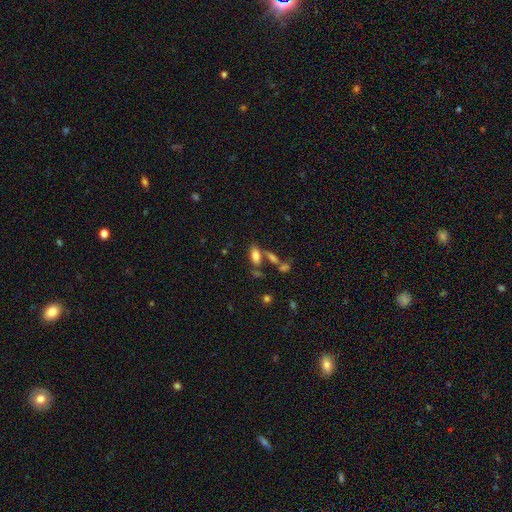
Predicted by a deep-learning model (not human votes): This appears to be a smooth galaxy with no disk features (77%) that is in between round and cigar-shaped (85%). Merging: none (58%).